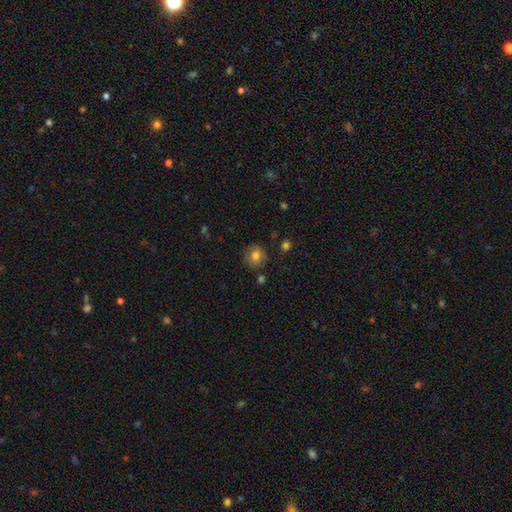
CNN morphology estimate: smooth 77%, featured or disk 14%, star or artifact 10%. Down the decision tree: how rounded — round (86%); merging — none (81%).